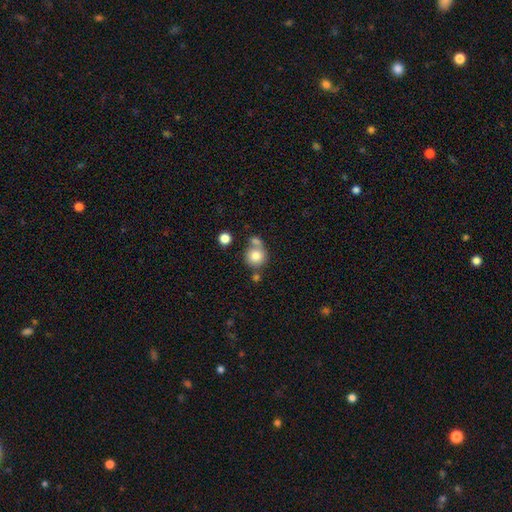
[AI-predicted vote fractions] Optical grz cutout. It shows a smooth galaxy with no disk features (79%) that is round (89%). Merging: none (53%).